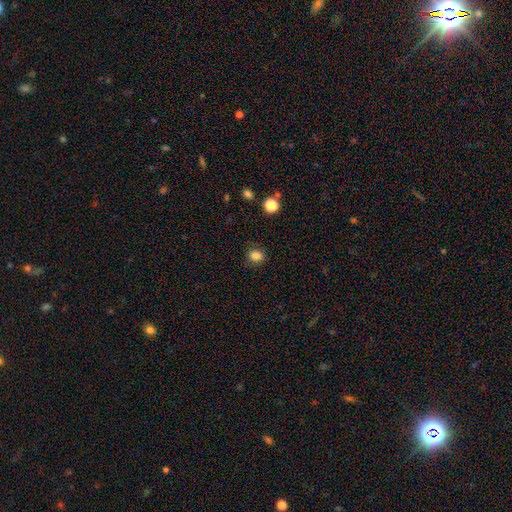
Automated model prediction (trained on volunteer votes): A smooth galaxy with no disk features (84%) that is round (71%).

Vote fractions:
- Smooth or featured? smooth: 84% / star or artifact: 12% / featured or disk: 4%
- How rounded? round: 71% / in between: 28% / cigar-shaped: 1%
- Merging? none: 84% / minor disturbance: 11% / major disturbance: 3% / merger: 2%